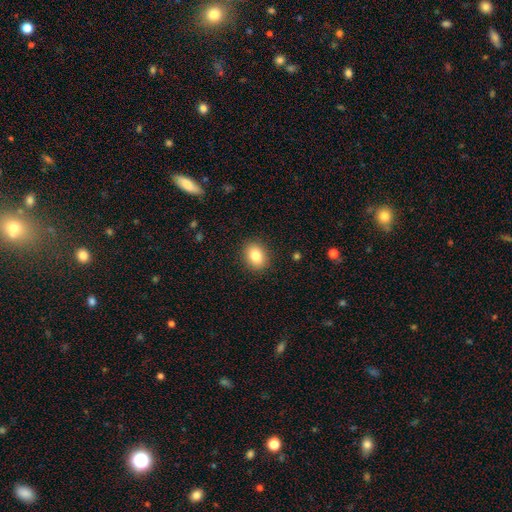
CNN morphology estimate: Smooth or featured?
  - smooth: 83% *
  - star or artifact: 9%
  - featured or disk: 8%
How rounded?
  - in between: 53% *
  - round: 46%
  - cigar-shaped: 1%
Merging?
  - none: 89% *
  - minor disturbance: 7%
  - major disturbance: 2%
  - merger: 1%